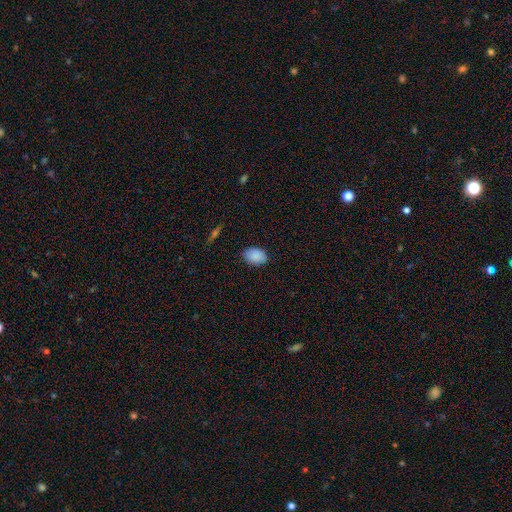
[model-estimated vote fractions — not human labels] Smooth or featured: smooth — 88% (star or artifact — 7%)
How rounded: in between — 81% (round — 17%)
Merging: none — 84% (minor disturbance — 13%)